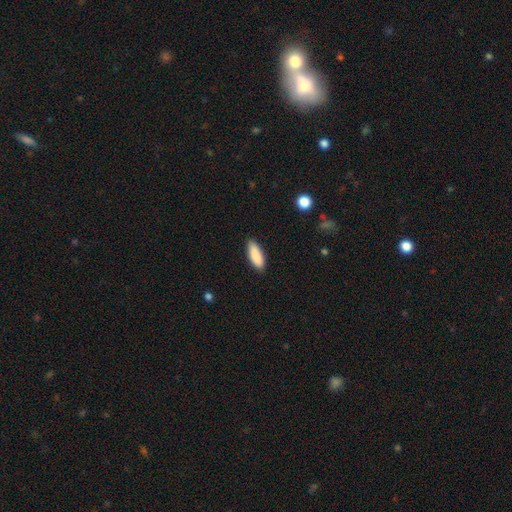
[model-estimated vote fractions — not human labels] Smooth or featured: smooth — 89% (star or artifact — 6%)
How rounded: in between — 69% (cigar-shaped — 30%)
Merging: none — 87% (minor disturbance — 10%)